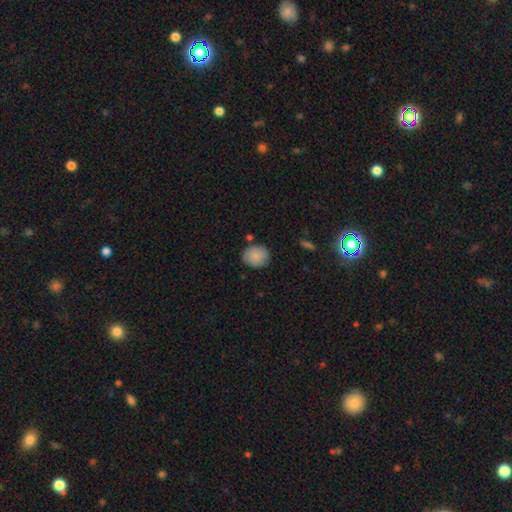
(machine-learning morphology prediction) A smooth galaxy with no disk features (85%) that is round (77%).

Vote fractions:
- Smooth or featured? smooth: 85% / featured or disk: 8% / star or artifact: 7%
- How rounded? round: 77% / in between: 22% / cigar-shaped: 1%
- Merging? none: 81% / minor disturbance: 13% / merger: 3% / major disturbance: 3%